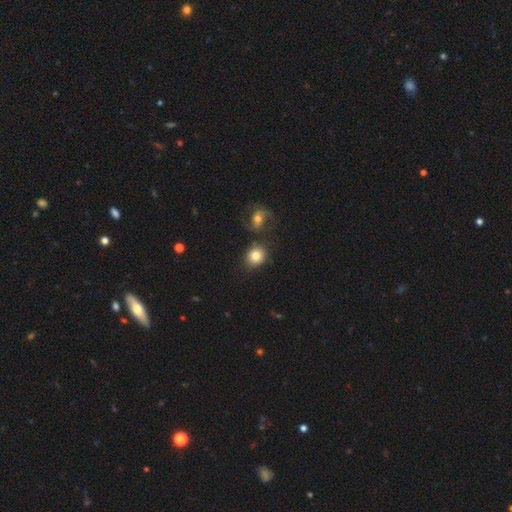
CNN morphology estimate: Overall: smooth (82%). How rounded: round (72%). Merging: none (66%).